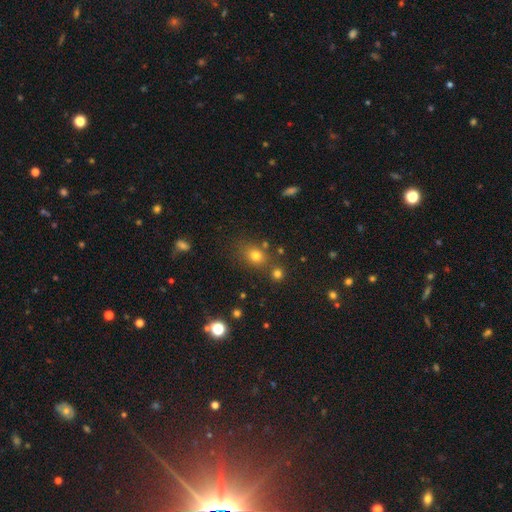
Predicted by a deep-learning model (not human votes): A smooth galaxy with no disk features (74%) that is round (57%). Merging: none (69%).